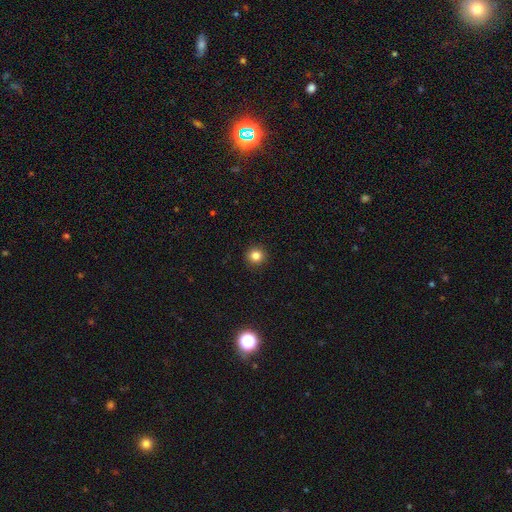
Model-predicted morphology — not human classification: Smooth or featured: smooth — 84% (star or artifact — 12%)
How rounded: round — 94% (in between — 5%)
Merging: none — 93% (minor disturbance — 5%)